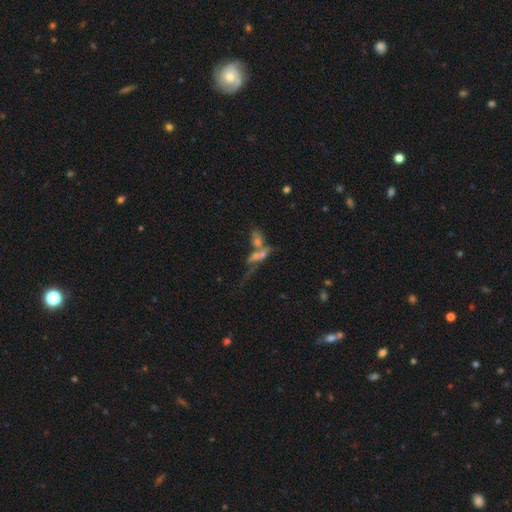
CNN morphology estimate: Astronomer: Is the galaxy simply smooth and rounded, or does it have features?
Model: featured or disk — 37% (runner-up: smooth, 33%).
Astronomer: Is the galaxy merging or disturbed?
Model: merger — 42% (runner-up: none, 34%).